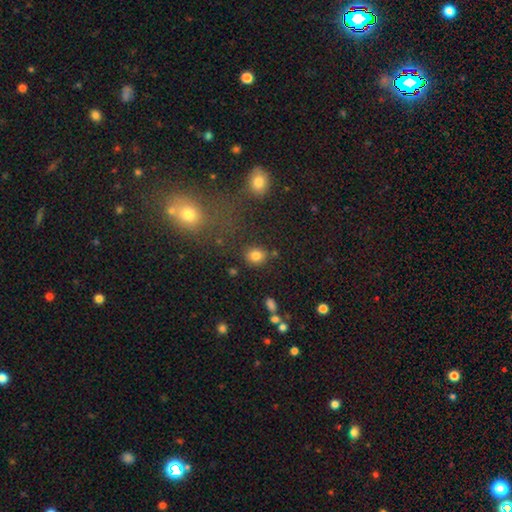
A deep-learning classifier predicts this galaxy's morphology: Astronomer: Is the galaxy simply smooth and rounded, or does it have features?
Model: smooth — 81%.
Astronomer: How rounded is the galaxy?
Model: round — 72%.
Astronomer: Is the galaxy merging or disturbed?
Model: none — 80%.